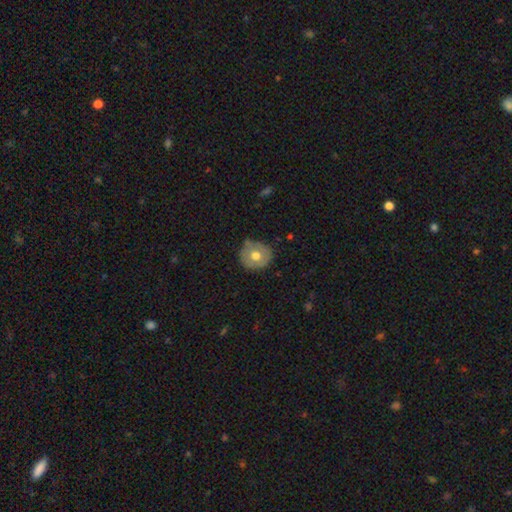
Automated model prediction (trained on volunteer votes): Smooth or featured: smooth — 64% (featured or disk — 28%)
How rounded: round — 87% (in between — 12%)
Merging: none — 74% (minor disturbance — 19%)